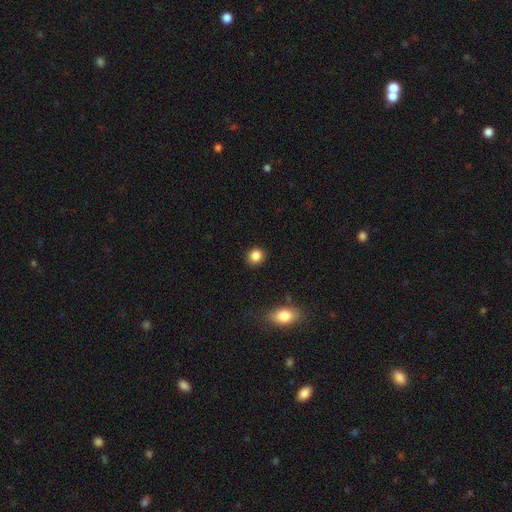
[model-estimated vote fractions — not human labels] Overall: smooth (86%). How rounded: round (81%). Merging: none (90%).